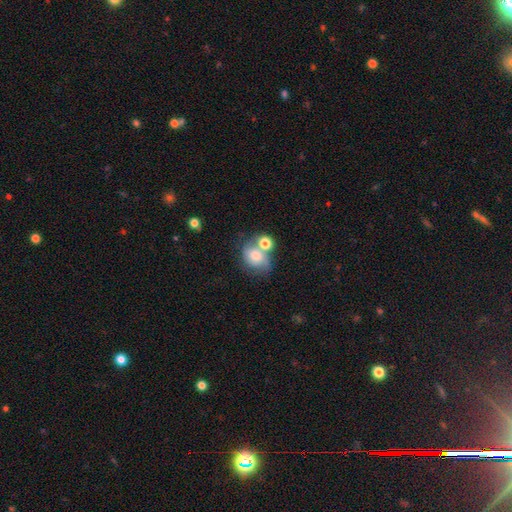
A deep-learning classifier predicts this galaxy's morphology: Smooth or featured? Predicted: smooth (p=0.56). How rounded? Predicted: round (p=0.53). Merging? Predicted: merger (p=0.41).